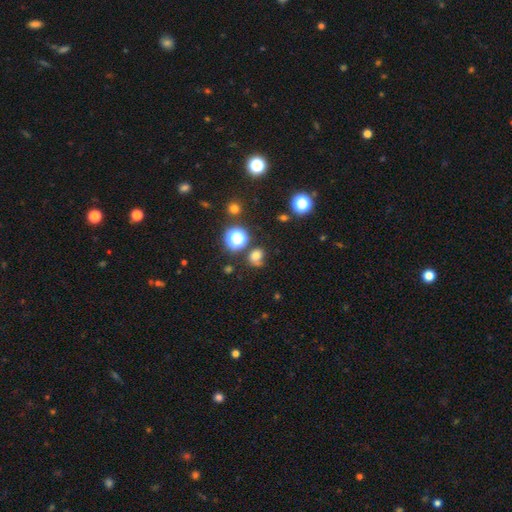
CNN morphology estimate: Smooth or featured? Predicted: smooth (p=0.69). How rounded? Predicted: round (p=0.70). Merging? Predicted: none (p=0.59).